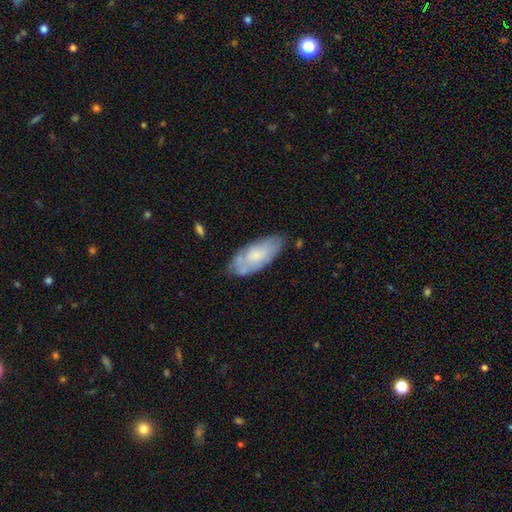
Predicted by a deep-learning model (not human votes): Smooth or featured? smooth (57%)
How rounded? in between (86%)
Merging? none (62%)